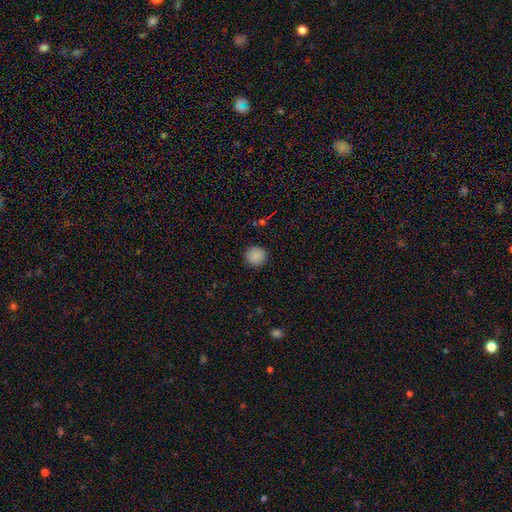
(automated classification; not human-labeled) smooth-or-featured: smooth: 87% | star or artifact: 8% | featured or disk: 5%
  how-rounded: round: 93% | in between: 6% | cigar-shaped: 1%
  merging: none: 91% | minor disturbance: 6% | major disturbance: 2% | merger: 1%